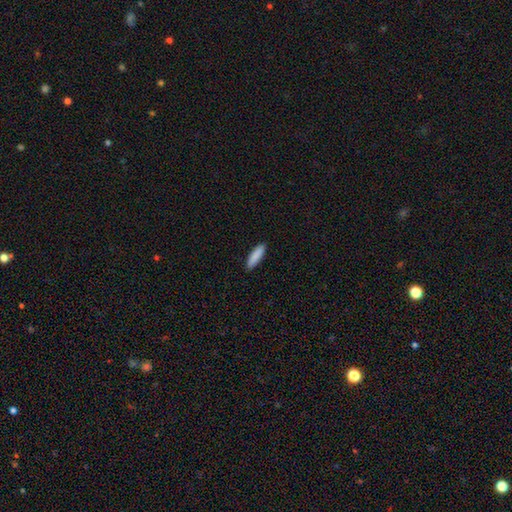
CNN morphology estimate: A smooth galaxy with no disk features (88%) that is cigar-shaped (72%). Merging: none (89%).